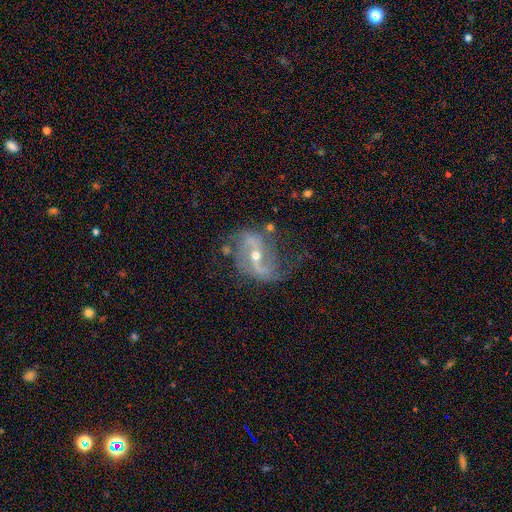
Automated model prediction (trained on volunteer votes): featured or disk 85%, star or artifact 8%, smooth 7%. Down the decision tree: edge-on disk — no (96%); bar — weak (38%, tied with strong); spiral arms — yes (92%); spiral arm count — 2 (84%); spiral winding — loose (58%); bulge size — moderate (49%); merging — none (57%).